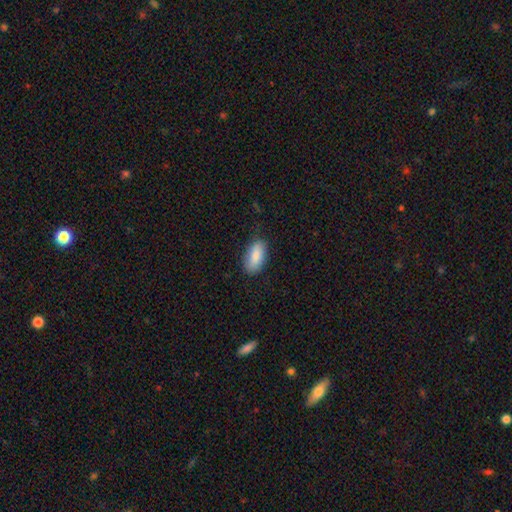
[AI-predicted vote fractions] Q: Smooth or featured?
A: smooth (86%); runner-up: featured or disk (8%)
Q: How rounded?
A: in between (91%); runner-up: cigar-shaped (7%)
Q: Merging?
A: none (82%); runner-up: minor disturbance (14%)